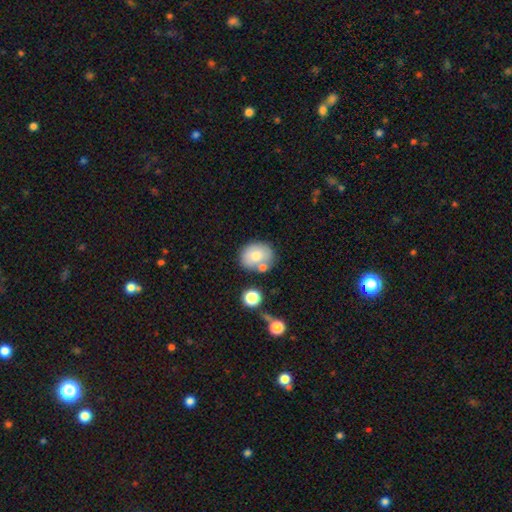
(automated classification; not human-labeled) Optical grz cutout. It shows a smooth galaxy with no disk features (73%) that is round (60%). Merging: none (60%).